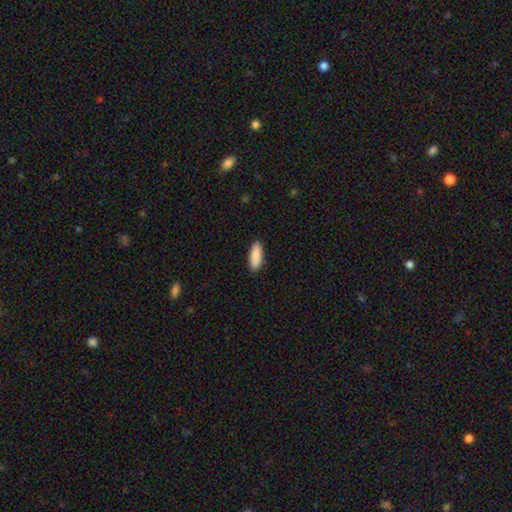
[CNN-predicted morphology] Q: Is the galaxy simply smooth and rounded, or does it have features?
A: smooth — 90%.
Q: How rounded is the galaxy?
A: in between — 66%.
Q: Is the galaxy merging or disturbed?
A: none — 90%.